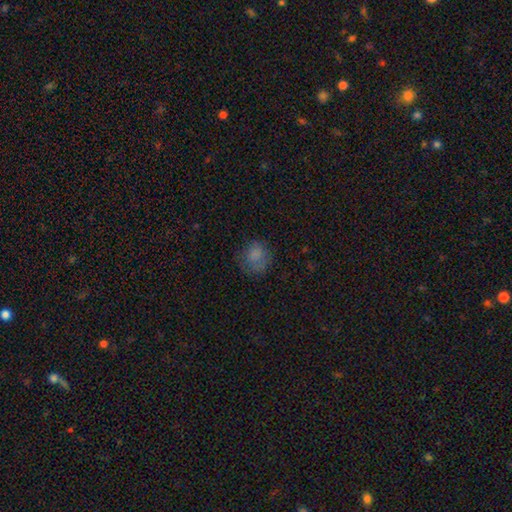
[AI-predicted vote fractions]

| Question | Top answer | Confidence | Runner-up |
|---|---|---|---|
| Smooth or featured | smooth | 79% | star or artifact (12%) |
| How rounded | round | 80% | in between (19%) |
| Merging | none | 71% | minor disturbance (20%) |